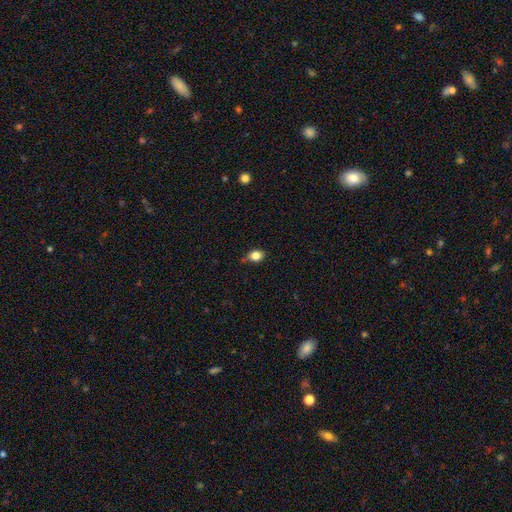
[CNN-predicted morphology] A smooth galaxy with no disk features (83%) that is in between round and cigar-shaped (56%).

Vote fractions:
- Smooth or featured? smooth: 83% / star or artifact: 10% / featured or disk: 7%
- How rounded? in between: 56% / round: 42% / cigar-shaped: 2%
- Merging? none: 71% / minor disturbance: 23% / major disturbance: 4% / merger: 3%